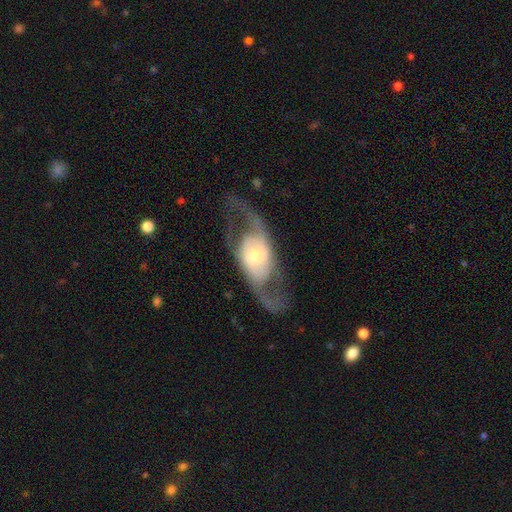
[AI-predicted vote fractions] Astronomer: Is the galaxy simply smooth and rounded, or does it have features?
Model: featured or disk — 78%.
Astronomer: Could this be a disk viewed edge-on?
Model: no — 87%.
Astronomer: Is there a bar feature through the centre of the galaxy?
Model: no — 58%.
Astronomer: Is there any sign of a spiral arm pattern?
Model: yes — 70%.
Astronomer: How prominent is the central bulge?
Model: moderate — 57%.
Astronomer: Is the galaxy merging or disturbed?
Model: none — 65%.